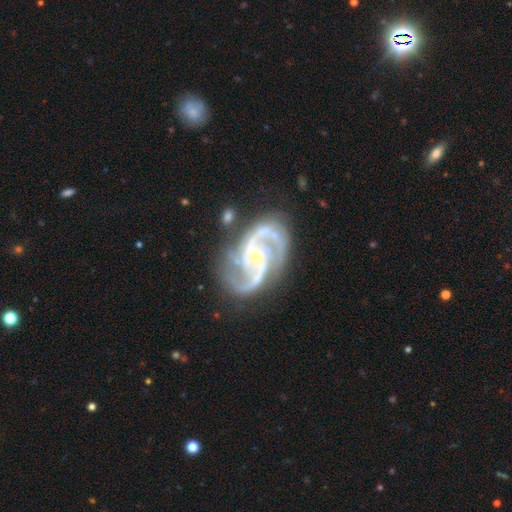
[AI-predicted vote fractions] This appears to be a featured or disk galaxy (94%) with no bar (54%), 2 (69%) medium (60%) spiral arms (99%) and a small central bulge (78%). Merging: none (69%).